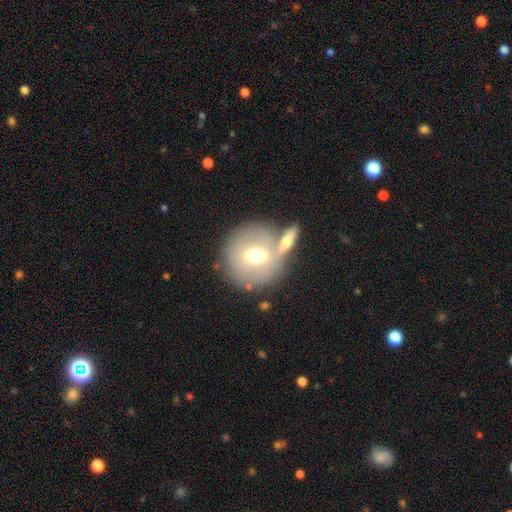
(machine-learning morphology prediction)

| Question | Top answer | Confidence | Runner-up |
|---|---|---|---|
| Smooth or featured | smooth | 55% | featured or disk (37%) |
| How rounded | round | 89% | in between (9%) |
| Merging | none | 63% | merger (22%) |